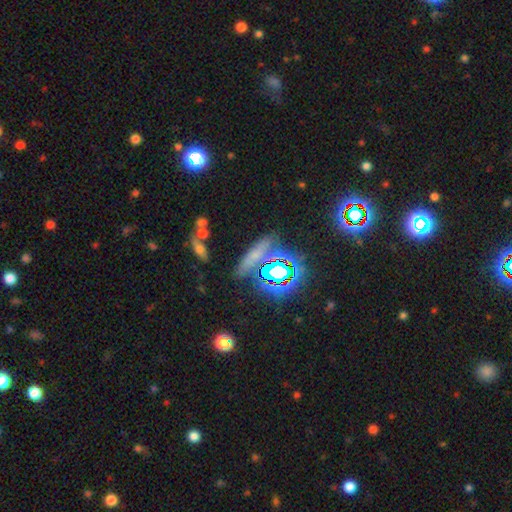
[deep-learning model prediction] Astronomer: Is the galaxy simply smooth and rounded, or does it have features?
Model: star or artifact — 45% (runner-up: smooth, 37%).